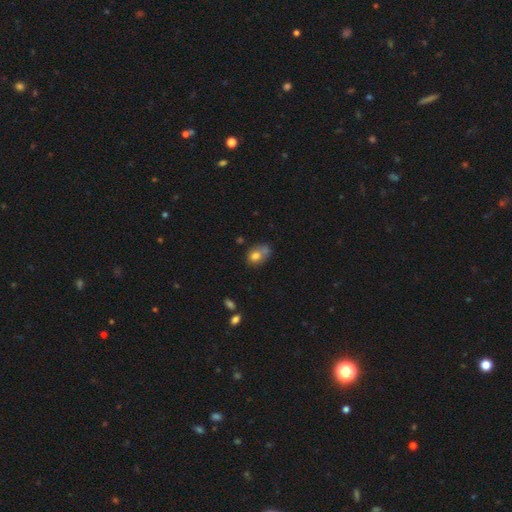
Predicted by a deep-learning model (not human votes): smooth 72%, featured or disk 17%, star or artifact 11%. Down the decision tree: how rounded — in between (68%); merging — none (39%).